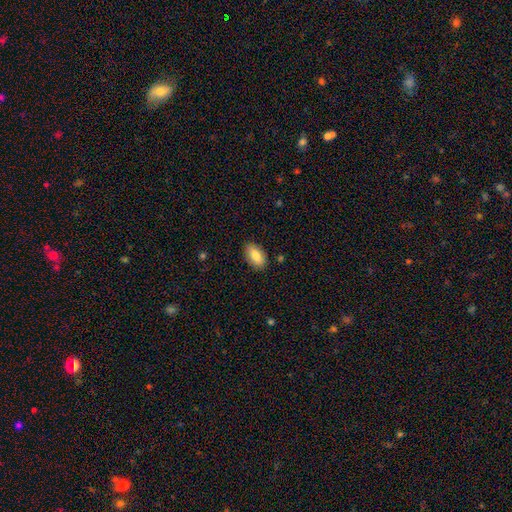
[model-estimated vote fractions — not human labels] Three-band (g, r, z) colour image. It shows a smooth galaxy with no disk features (84%) that is in between round and cigar-shaped (93%). Merging: none (86%).